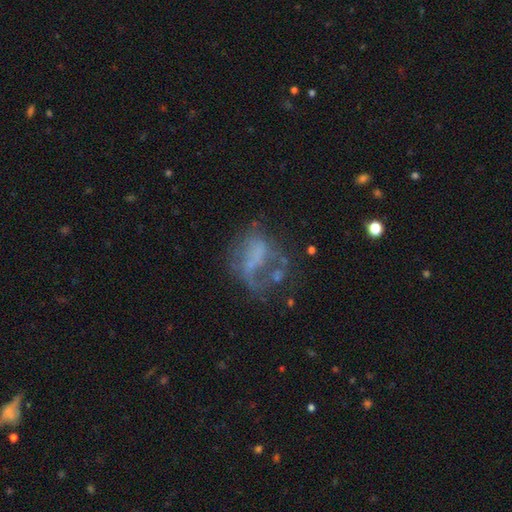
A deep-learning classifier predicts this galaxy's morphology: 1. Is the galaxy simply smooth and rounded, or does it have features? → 55% featured or disk, 29% smooth, 16% star or artifact.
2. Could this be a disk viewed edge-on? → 97% no, 3% yes.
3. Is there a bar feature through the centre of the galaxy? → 70% no, 21% weak, 9% strong.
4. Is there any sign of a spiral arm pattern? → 73% no, 27% yes.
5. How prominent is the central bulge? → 70% none, 16% small, 9% moderate, 3% large, 1% dominant.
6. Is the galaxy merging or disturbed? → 41% major disturbance, 32% none, 18% minor disturbance, 10% merger.